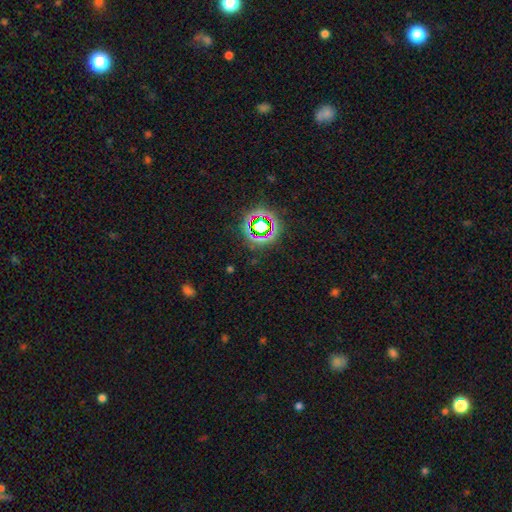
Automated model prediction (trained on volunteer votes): smooth-or-featured: star or artifact: 73% | smooth: 16% | featured or disk: 11%